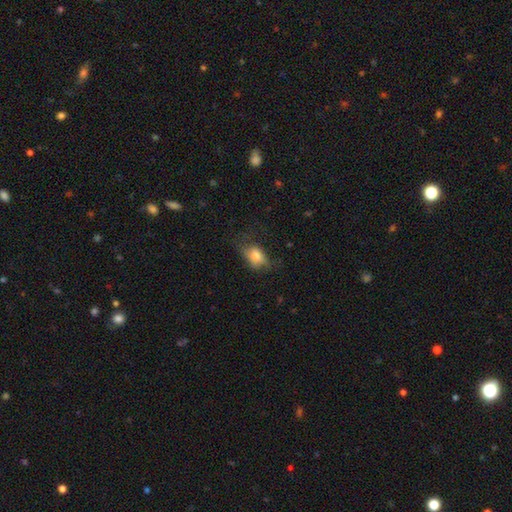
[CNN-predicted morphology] smooth-or-featured: smooth: 77% | featured or disk: 14% | star or artifact: 9%
  how-rounded: in between: 76% | round: 21% | cigar-shaped: 2%
  merging: none: 41% | minor disturbance: 31% | major disturbance: 26% | merger: 2%